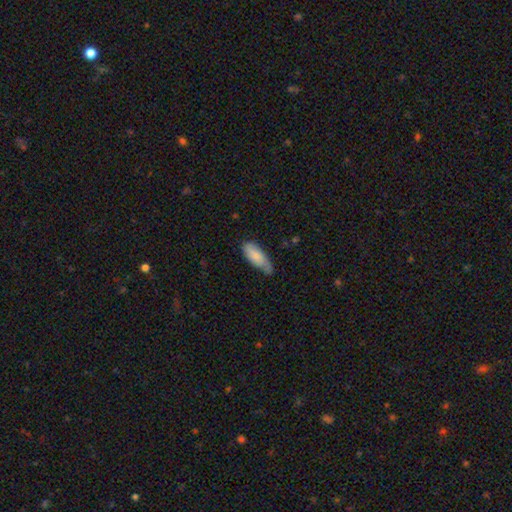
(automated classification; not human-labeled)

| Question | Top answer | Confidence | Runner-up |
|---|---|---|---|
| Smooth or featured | smooth | 78% | featured or disk (16%) |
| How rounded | in between | 77% | cigar-shaped (21%) |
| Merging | none | 50% | minor disturbance (39%) |